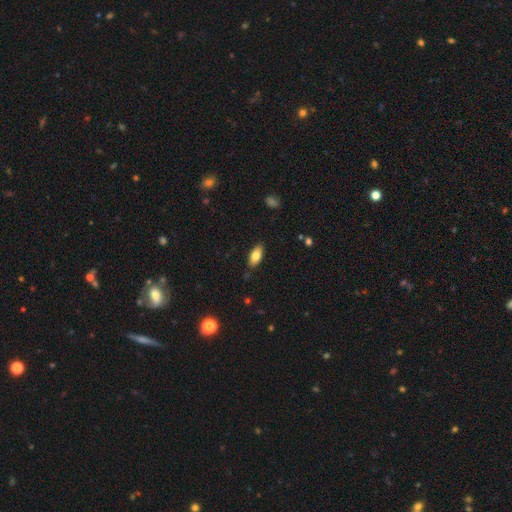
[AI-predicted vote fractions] Overall: smooth (78%). How rounded: in between (88%). Merging: none (86%).